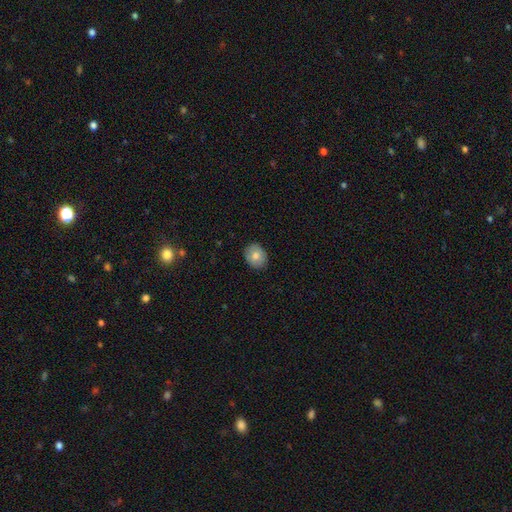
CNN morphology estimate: smooth-or-featured: smooth: 78% | featured or disk: 14% | star or artifact: 8%
  how-rounded: round: 53% | in between: 46% | cigar-shaped: 1%
  merging: none: 88% | minor disturbance: 9% | major disturbance: 2% | merger: 1%